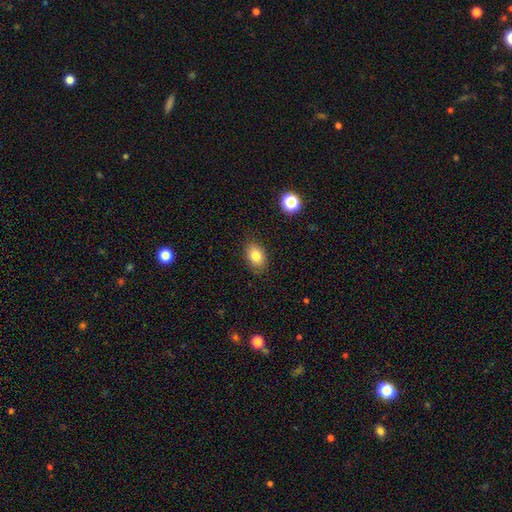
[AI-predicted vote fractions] A smooth galaxy with no disk features (81%) that is in between round and cigar-shaped (79%). Merging: none (85%).